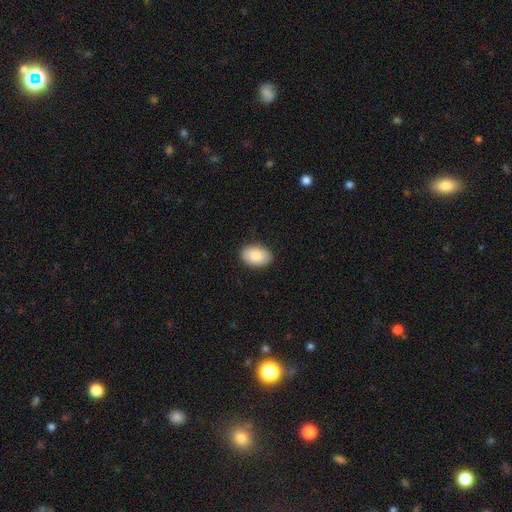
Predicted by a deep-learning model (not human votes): Smooth or featured: smooth — 87% (featured or disk — 6%)
How rounded: in between — 89% (round — 10%)
Merging: none — 89% (minor disturbance — 8%)